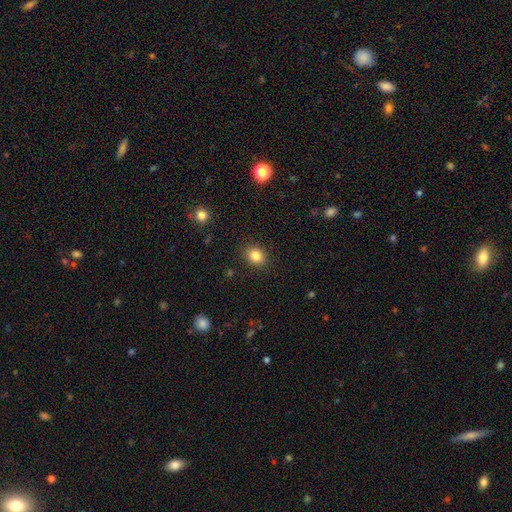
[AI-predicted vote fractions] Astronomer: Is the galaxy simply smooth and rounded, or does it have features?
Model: smooth — 84%.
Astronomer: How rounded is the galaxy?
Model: round — 57% (runner-up: in between, 42%).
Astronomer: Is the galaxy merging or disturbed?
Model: none — 88%.